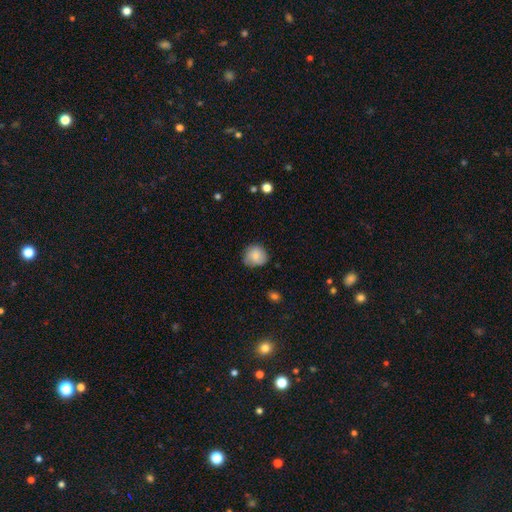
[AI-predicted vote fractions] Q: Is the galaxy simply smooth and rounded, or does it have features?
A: smooth — 78%.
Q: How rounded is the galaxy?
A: round — 86%.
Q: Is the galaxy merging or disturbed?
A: none — 69%.